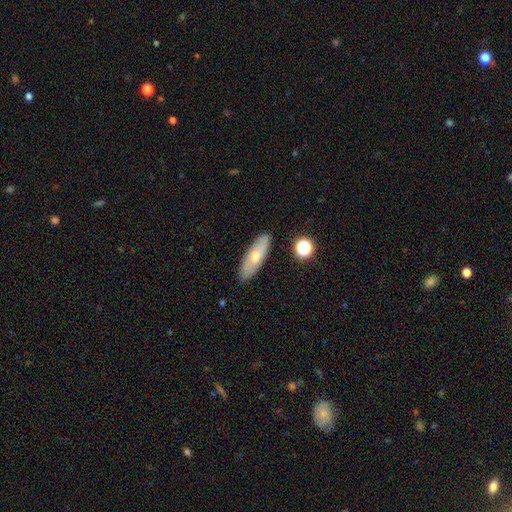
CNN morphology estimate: Q: Smooth or featured?
A: smooth (60%); runner-up: featured or disk (33%)
Q: How rounded?
A: in between (51%); runner-up: cigar-shaped (46%)
Q: Merging?
A: none (86%); runner-up: minor disturbance (10%)